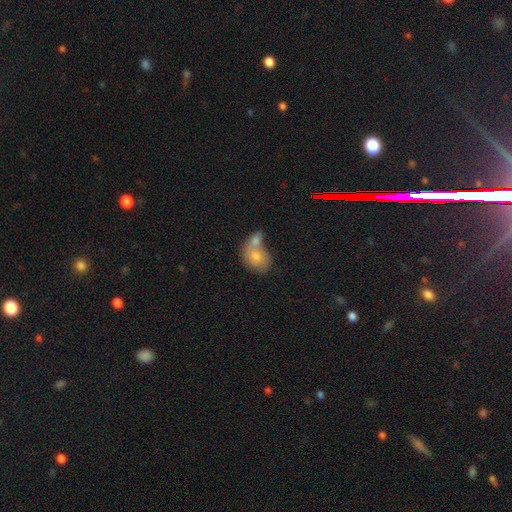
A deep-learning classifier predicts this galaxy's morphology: Smooth or featured: smooth — 75% (featured or disk — 18%)
How rounded: in between — 62% (round — 37%)
Merging: merger — 60% (none — 26%)